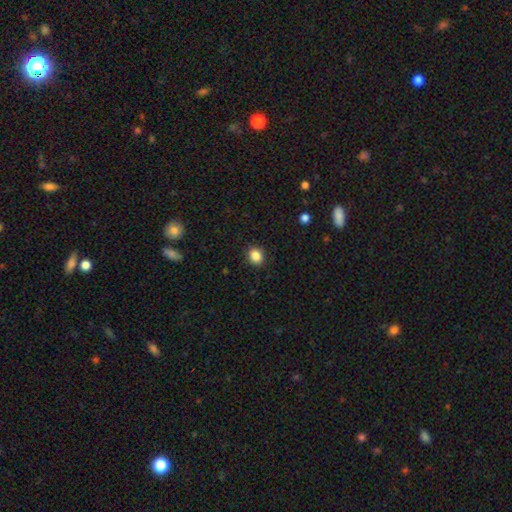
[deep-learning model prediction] smooth 86%, star or artifact 10%, featured or disk 4%. Down the decision tree: how rounded — round (70%); merging — none (90%).